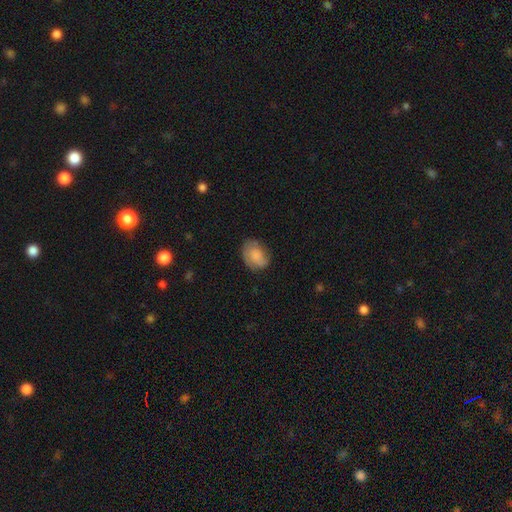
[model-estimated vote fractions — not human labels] This appears to be a smooth galaxy with no disk features (63%) that is in between round and cigar-shaped (72%). Merging: none (66%).